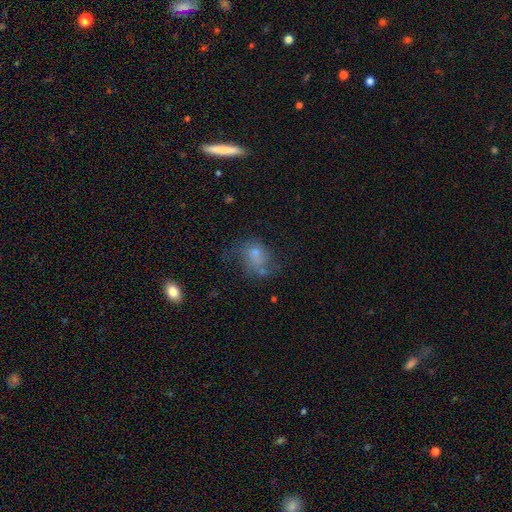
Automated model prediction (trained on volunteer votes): This appears to be a smooth galaxy with no disk features (54%) that is in between round and cigar-shaped (50%). Merging: none (39%).